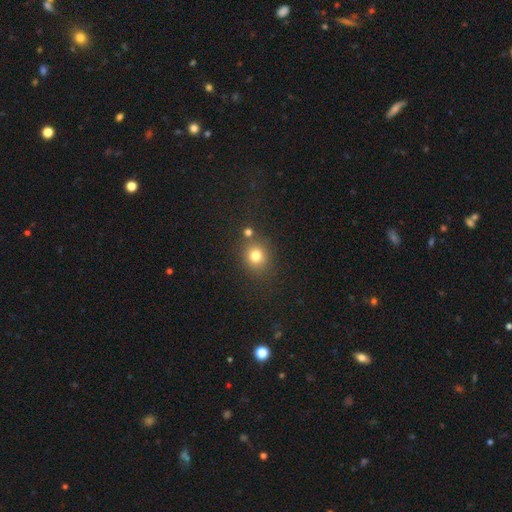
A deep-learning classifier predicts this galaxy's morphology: A smooth galaxy with no disk features (78%) that is round (77%). Merging: none (73%).